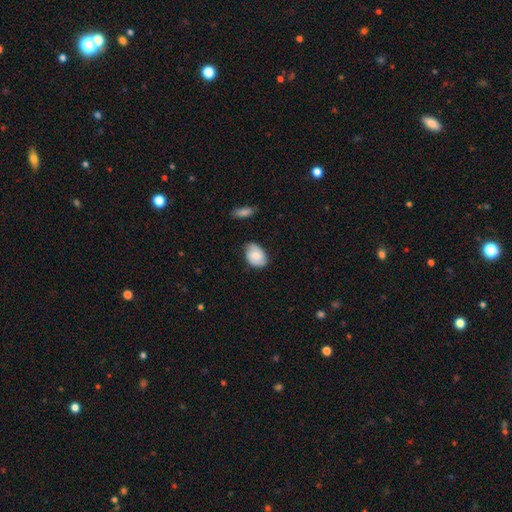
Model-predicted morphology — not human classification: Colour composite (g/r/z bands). It shows a smooth galaxy with no disk features (57%) that is in between round and cigar-shaped (74%). Merging: none (71%).